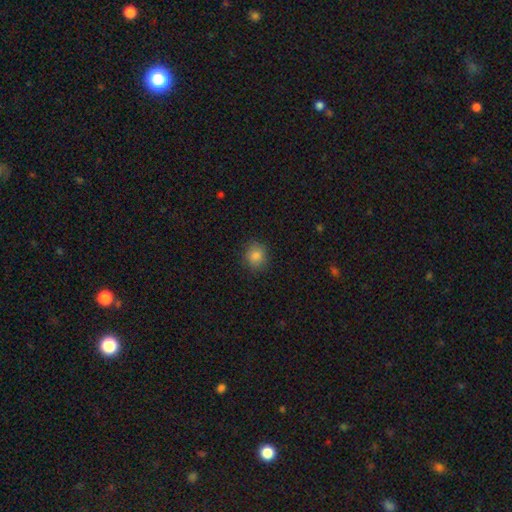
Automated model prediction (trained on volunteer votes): Smooth or featured?
  - smooth: 85% *
  - star or artifact: 11%
  - featured or disk: 4%
How rounded?
  - round: 81% *
  - in between: 18%
  - cigar-shaped: 1%
Merging?
  - none: 87% *
  - minor disturbance: 9%
  - major disturbance: 3%
  - merger: 1%